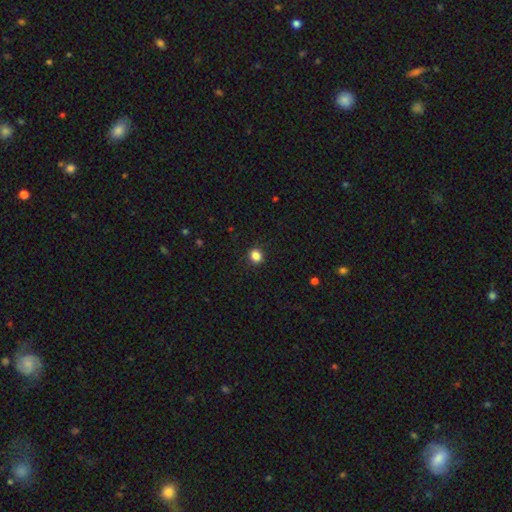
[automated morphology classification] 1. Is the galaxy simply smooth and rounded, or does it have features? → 85% smooth, 11% star or artifact, 3% featured or disk.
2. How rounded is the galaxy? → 74% round, 25% in between, 1% cigar-shaped.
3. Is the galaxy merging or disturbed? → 89% none, 8% minor disturbance, 2% major disturbance, 1% merger.